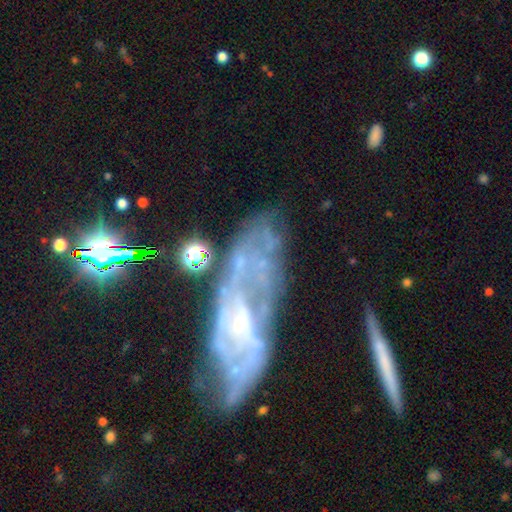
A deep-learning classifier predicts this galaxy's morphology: smooth-or-featured: featured or disk: 75% | smooth: 14% | star or artifact: 11%
  disk-edge-on: no: 85% | yes: 15%
    bar: no: 55% | weak: 33% | strong: 11%
    has-spiral-arms: yes: 70% | no: 30%
    bulge-size: small: 57% | none: 20% | moderate: 20% | large: 2% | dominant: 1%
  merging: none: 52% | minor disturbance: 23% | major disturbance: 18% | merger: 7%